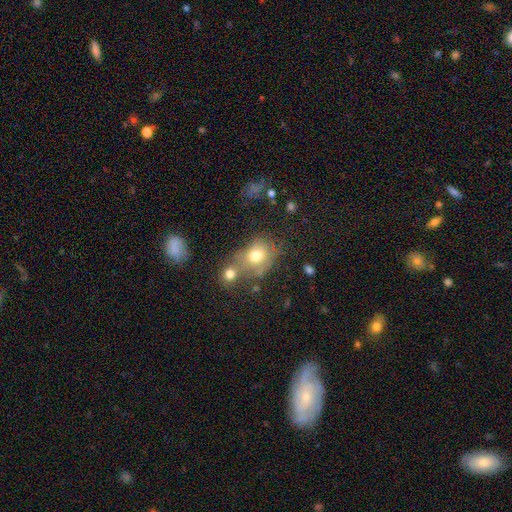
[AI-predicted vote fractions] smooth 71%, featured or disk 16%, star or artifact 13%. Down the decision tree: how rounded — round (50%); merging — none (38%).